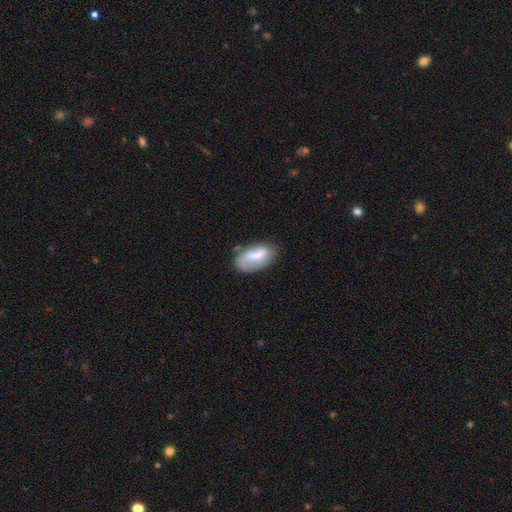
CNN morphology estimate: smooth-or-featured: smooth: 65% | featured or disk: 28% | star or artifact: 7%
  how-rounded: in between: 91% | cigar-shaped: 5% | round: 4%
  merging: none: 57% | minor disturbance: 29% | major disturbance: 10% | merger: 4%